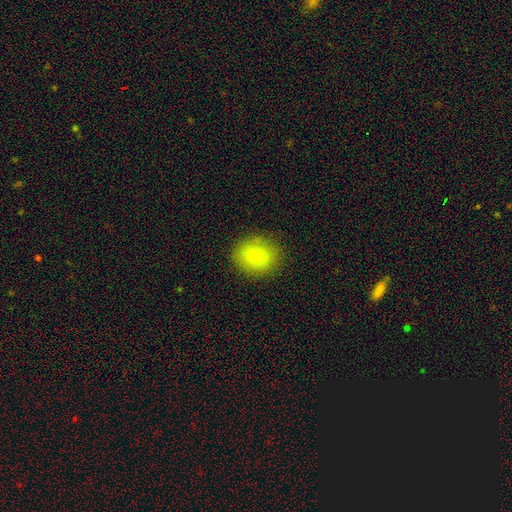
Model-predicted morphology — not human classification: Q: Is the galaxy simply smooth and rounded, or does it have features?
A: smooth — 78%.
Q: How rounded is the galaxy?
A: in between — 50%.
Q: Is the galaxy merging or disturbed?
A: none — 84%.